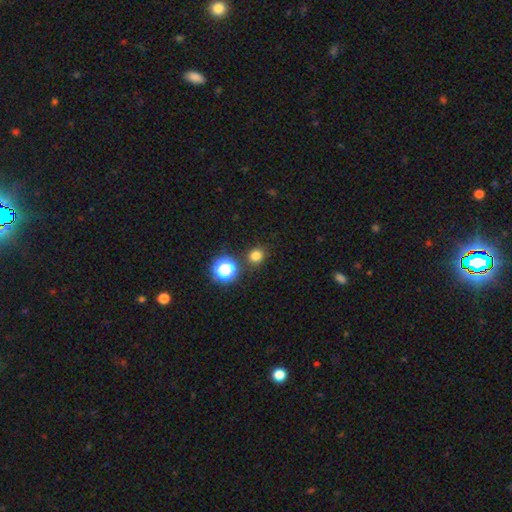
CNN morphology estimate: Smooth or featured? smooth (75%)
How rounded? round (84%)
Merging? none (84%)